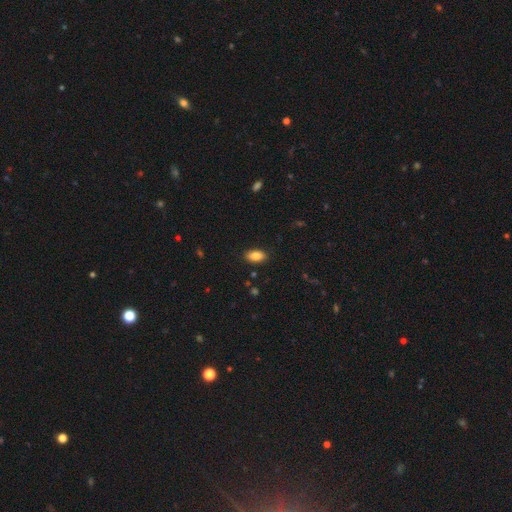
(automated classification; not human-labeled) A smooth galaxy with no disk features (87%) that is in between round and cigar-shaped (93%). Merging: none (87%).